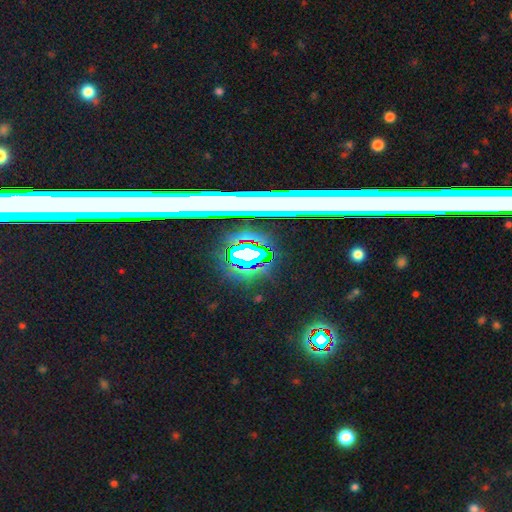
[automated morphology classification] Smooth or featured?
  - star or artifact: 57% *
  - smooth: 23%
  - featured or disk: 20%